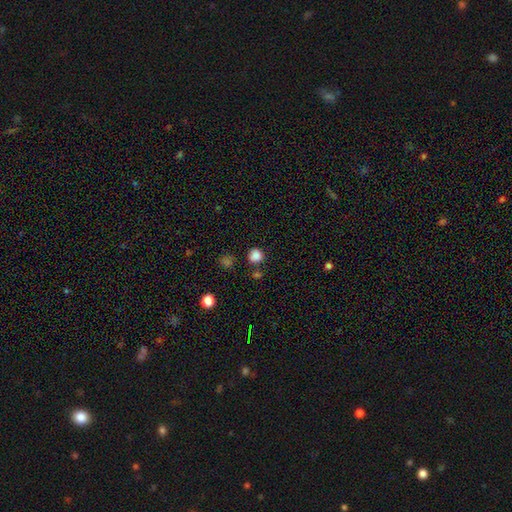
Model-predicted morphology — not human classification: Smooth or featured?
  - smooth: 83% *
  - star or artifact: 14%
  - featured or disk: 3%
How rounded?
  - round: 89% *
  - in between: 10%
  - cigar-shaped: 1%
Merging?
  - none: 80% *
  - minor disturbance: 10%
  - merger: 6%
  - major disturbance: 4%